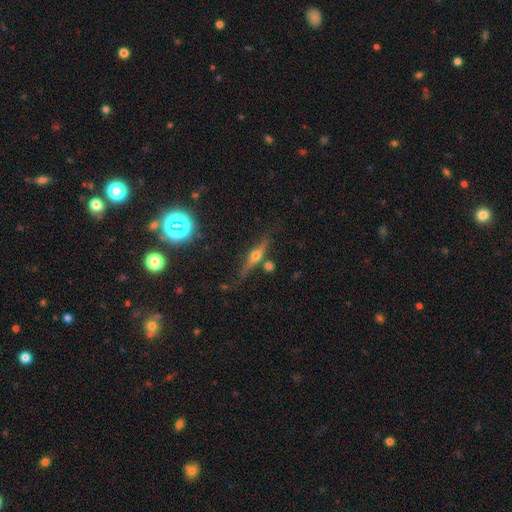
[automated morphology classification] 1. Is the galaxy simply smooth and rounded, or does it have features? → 66% featured or disk, 23% smooth, 11% star or artifact.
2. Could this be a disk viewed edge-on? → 94% yes, 6% no.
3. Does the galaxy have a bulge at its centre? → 92% rounded, 4% boxy, 4% none.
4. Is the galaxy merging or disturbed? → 74% none, 14% minor disturbance, 8% merger, 4% major disturbance.